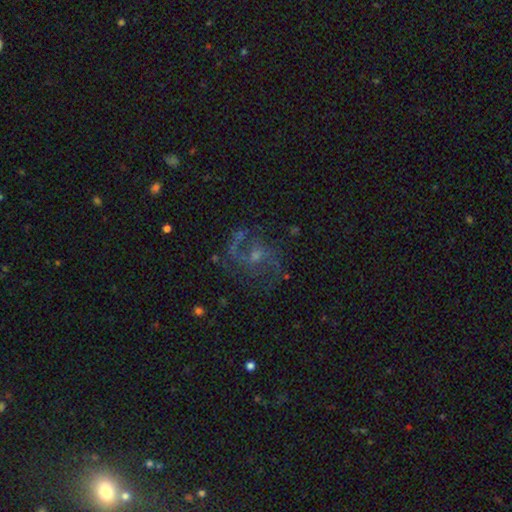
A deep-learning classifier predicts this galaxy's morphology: type=featured or disk (81%); edge-on=no (98%); bar=no (54%); spiral arms=yes (93%); winding=medium (46%); arm count=2 (75%); bulge=small (57%); merging=none (66%).